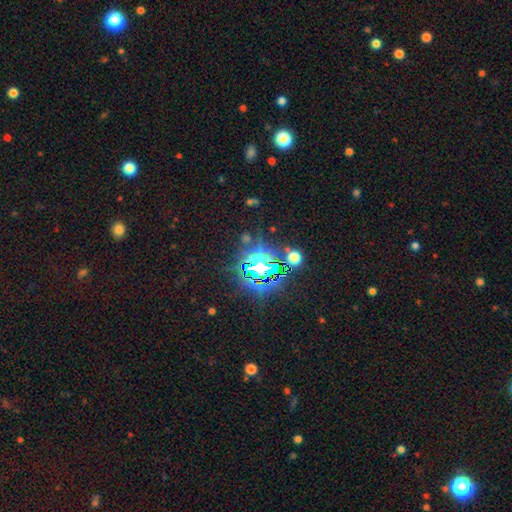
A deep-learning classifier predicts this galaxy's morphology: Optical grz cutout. It shows a star or artifact, not a galaxy (80%).